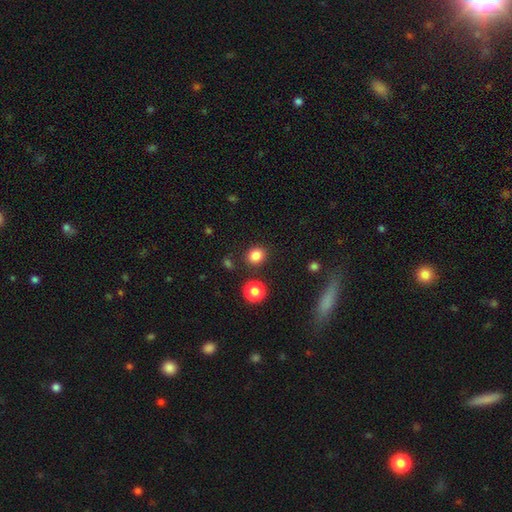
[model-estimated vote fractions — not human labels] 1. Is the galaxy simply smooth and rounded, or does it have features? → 83% smooth, 12% star or artifact, 5% featured or disk.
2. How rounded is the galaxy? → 74% round, 25% in between, 1% cigar-shaped.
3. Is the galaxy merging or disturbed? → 85% none, 8% minor disturbance, 4% merger, 3% major disturbance.